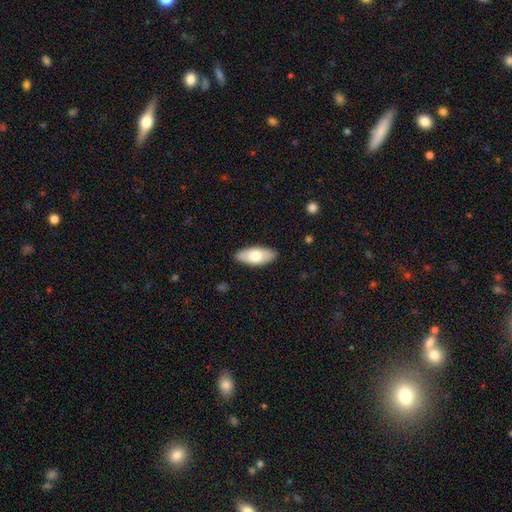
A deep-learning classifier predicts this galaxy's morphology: Smooth or featured? smooth (70%)
How rounded? in between (88%)
Merging? none (88%)